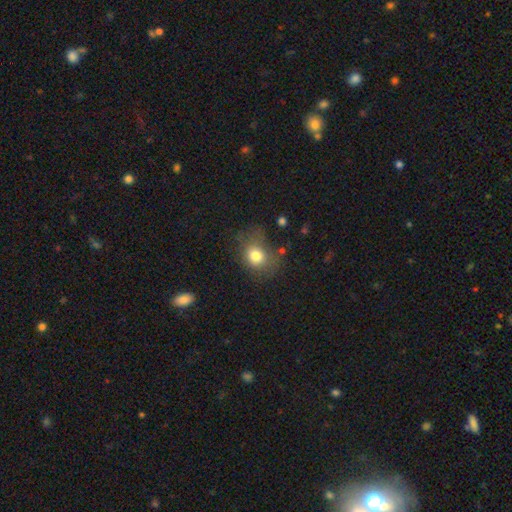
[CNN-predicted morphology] Smooth or featured? smooth (77%)
How rounded? round (57%)
Merging? none (52%)